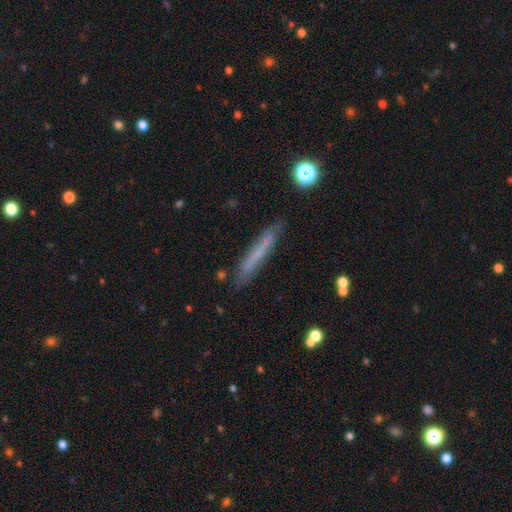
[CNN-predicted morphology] A smooth galaxy with no disk features (54%) that is cigar-shaped (94%).

Vote fractions:
- Smooth or featured? smooth: 54% / featured or disk: 37% / star or artifact: 9%
- How rounded? cigar-shaped: 94% / in between: 4% / round: 2%
- Merging? none: 81% / minor disturbance: 14% / major disturbance: 3% / merger: 2%